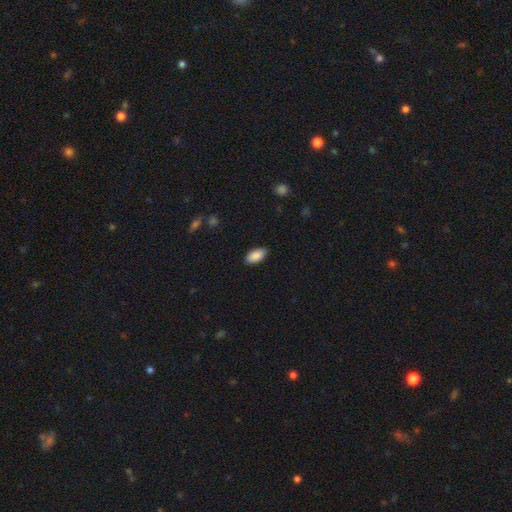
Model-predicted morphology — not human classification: Smooth or featured? smooth (89%)
How rounded? in between (94%)
Merging? none (86%)